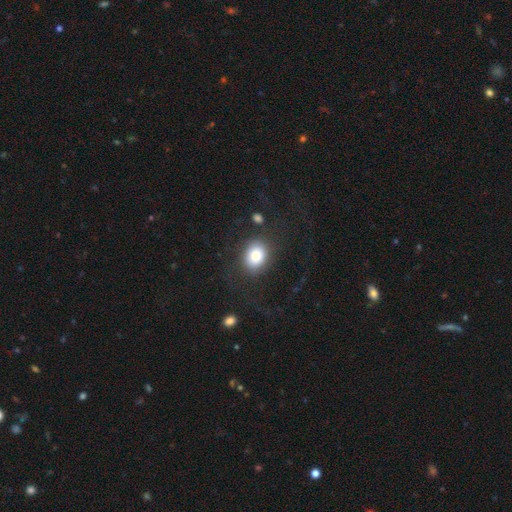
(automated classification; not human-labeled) Smooth or featured? smooth (80%)
How rounded? in between (51%)
Merging? none (80%)